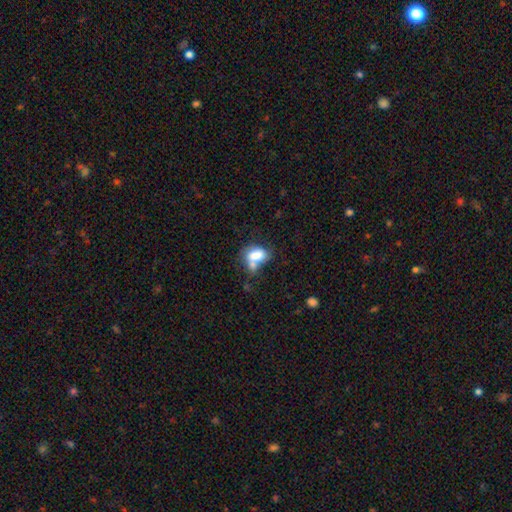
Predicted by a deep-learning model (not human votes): smooth_or_featured: smooth (p=0.73) [alt: featured or disk p=0.18]
how_rounded: in between (p=0.82) [alt: round p=0.16]
merging: merger (p=0.47) [alt: none p=0.28]